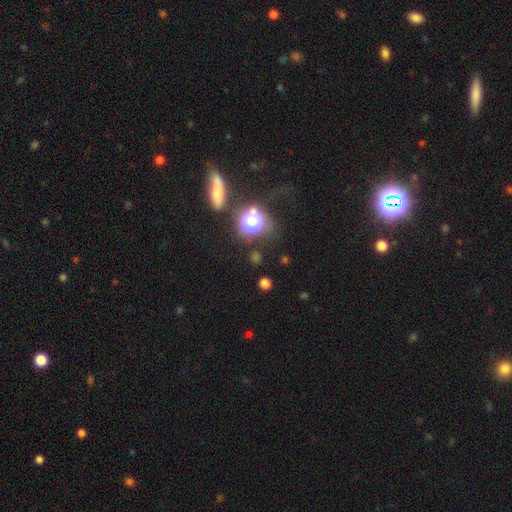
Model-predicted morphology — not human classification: smooth 51%, star or artifact 35%, featured or disk 13%. Down the decision tree: how rounded — round (79%); merging — none (56%).